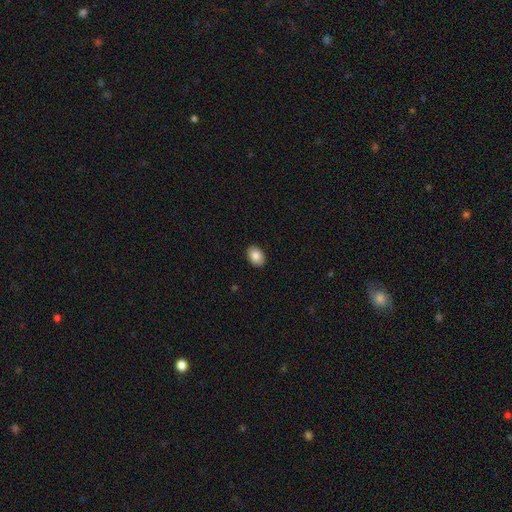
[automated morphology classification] smooth-or-featured: smooth: 86% | star or artifact: 7% | featured or disk: 6%
  how-rounded: in between: 79% | round: 20% | cigar-shaped: 1%
  merging: none: 90% | minor disturbance: 7% | major disturbance: 2% | merger: 1%